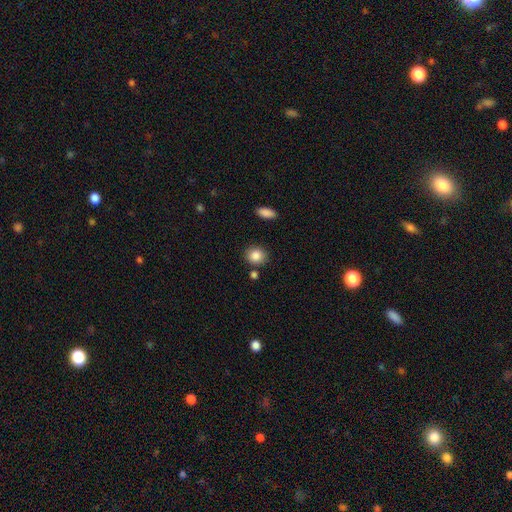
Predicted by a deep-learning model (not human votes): Smooth or featured?
  - smooth: 86% *
  - star or artifact: 9%
  - featured or disk: 5%
How rounded?
  - round: 71% *
  - in between: 28%
  - cigar-shaped: 1%
Merging?
  - none: 82% *
  - minor disturbance: 10%
  - merger: 6%
  - major disturbance: 3%